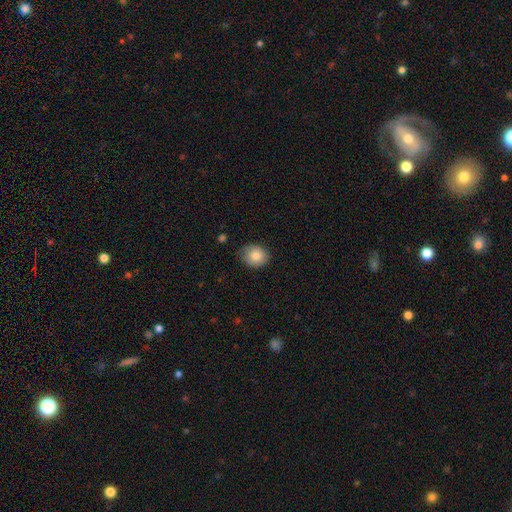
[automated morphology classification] Smooth or featured? Predicted: smooth (p=0.85). How rounded? Predicted: round (p=0.63). Merging? Predicted: none (p=0.78).